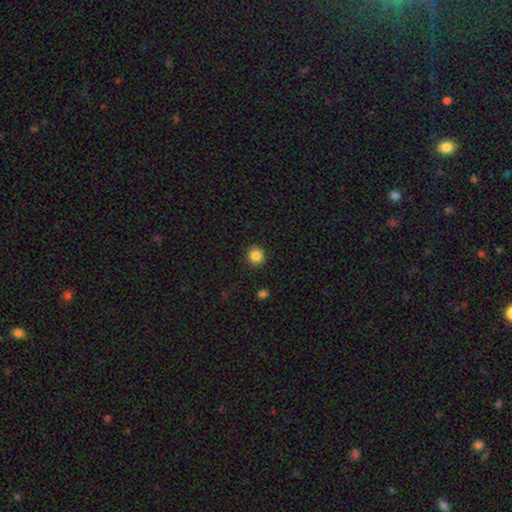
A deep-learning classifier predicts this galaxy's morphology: Q: Smooth or featured?
A: smooth (86%); runner-up: star or artifact (10%)
Q: How rounded?
A: round (92%); runner-up: in between (7%)
Q: Merging?
A: none (92%); runner-up: minor disturbance (5%)